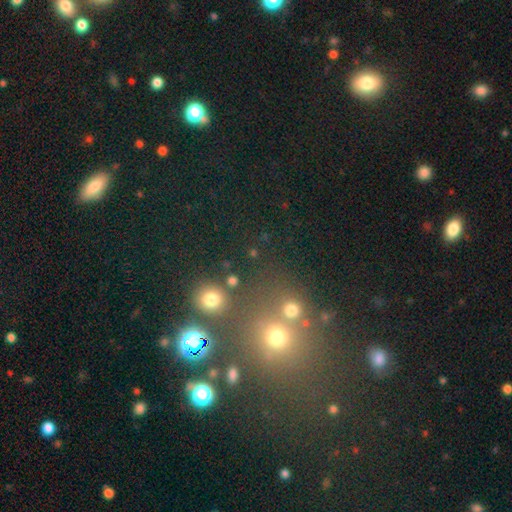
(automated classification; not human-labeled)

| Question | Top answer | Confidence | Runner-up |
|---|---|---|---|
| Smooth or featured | smooth | 48% | star or artifact (42%) |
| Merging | none | 74% | merger (13%) |